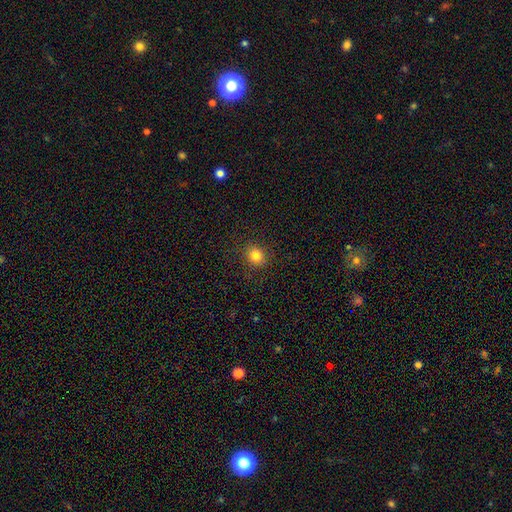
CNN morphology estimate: Smooth or featured: smooth — 82% (star or artifact — 12%)
How rounded: round — 78% (in between — 21%)
Merging: none — 89% (minor disturbance — 8%)